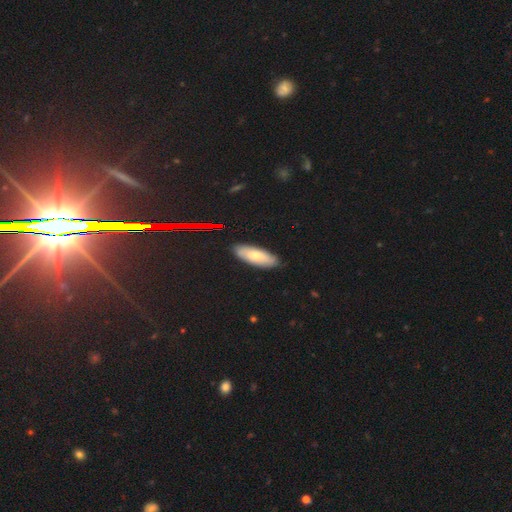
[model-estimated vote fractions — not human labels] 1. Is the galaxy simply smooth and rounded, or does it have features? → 65% smooth, 27% featured or disk, 8% star or artifact.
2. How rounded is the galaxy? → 69% in between, 28% cigar-shaped, 2% round.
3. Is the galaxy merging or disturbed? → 87% none, 10% minor disturbance, 2% major disturbance, 1% merger.